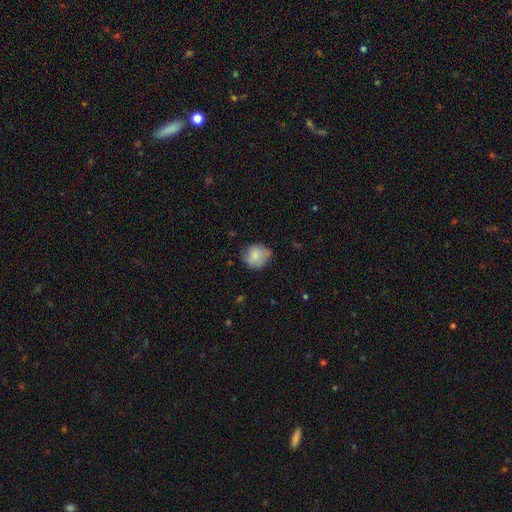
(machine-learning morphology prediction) This is likely a smooth galaxy (77%). How rounded: likely round (79%). Merging: likely none (66%).